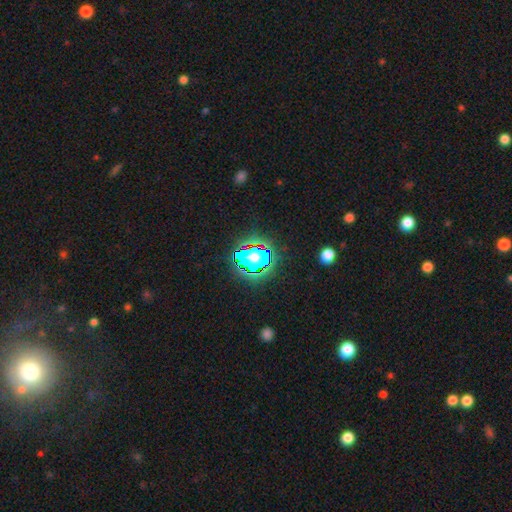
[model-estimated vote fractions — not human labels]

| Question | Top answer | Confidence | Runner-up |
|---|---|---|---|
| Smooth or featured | star or artifact | 78% | smooth (13%) |